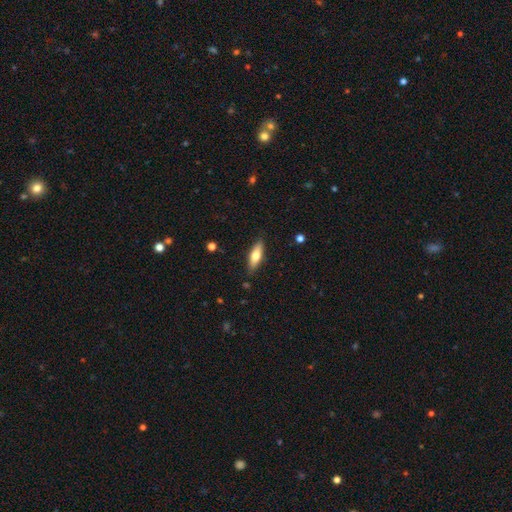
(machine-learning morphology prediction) This appears to be a smooth galaxy with no disk features (65%) that is in between round and cigar-shaped (52%). Merging: none (87%).